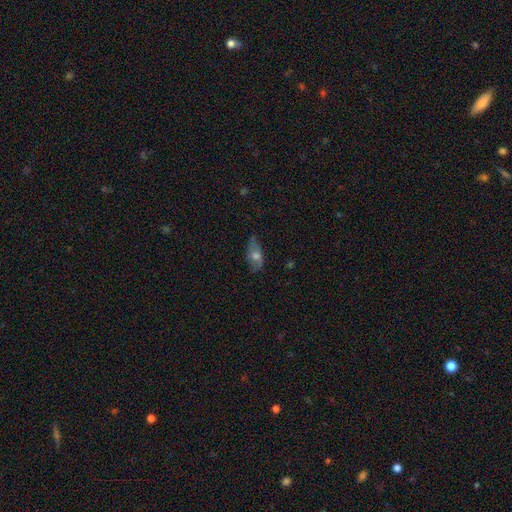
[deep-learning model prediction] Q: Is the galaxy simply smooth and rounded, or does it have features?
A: smooth — 49%.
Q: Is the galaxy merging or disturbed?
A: none — 66%.